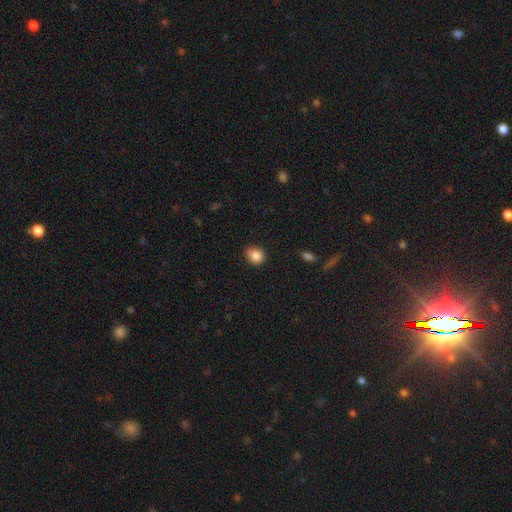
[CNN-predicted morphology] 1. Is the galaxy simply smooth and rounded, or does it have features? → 87% smooth, 9% star or artifact, 4% featured or disk.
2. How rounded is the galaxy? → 66% round, 33% in between, 1% cigar-shaped.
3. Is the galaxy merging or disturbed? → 81% none, 15% minor disturbance, 3% major disturbance, 1% merger.